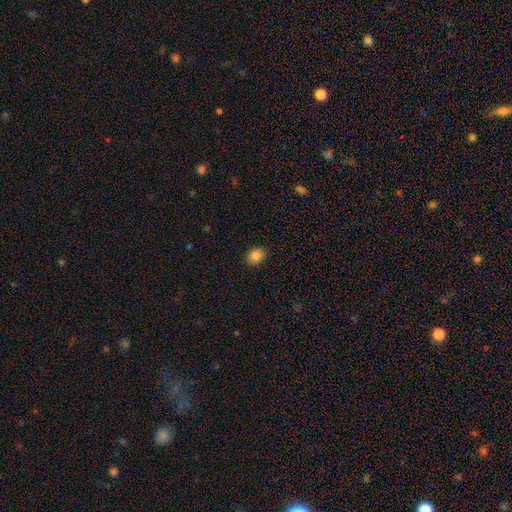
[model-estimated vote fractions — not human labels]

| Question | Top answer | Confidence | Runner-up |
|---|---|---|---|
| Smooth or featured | smooth | 85% | star or artifact (10%) |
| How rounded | in between | 57% | round (43%) |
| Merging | none | 89% | minor disturbance (8%) |